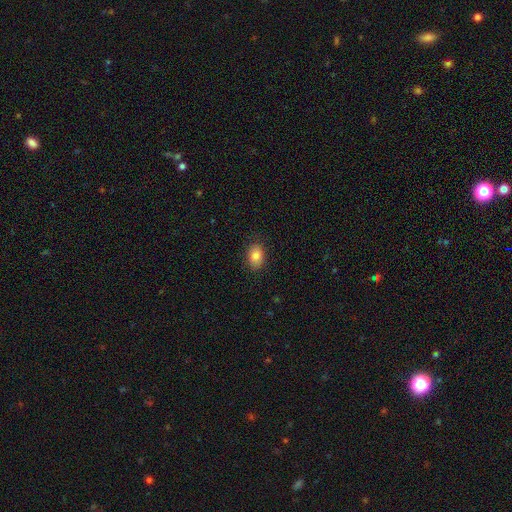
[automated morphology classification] smooth-or-featured: smooth: 85% | star or artifact: 9% | featured or disk: 6%
  how-rounded: in between: 81% | round: 18% | cigar-shaped: 1%
  merging: none: 86% | minor disturbance: 11% | major disturbance: 3% | merger: 1%